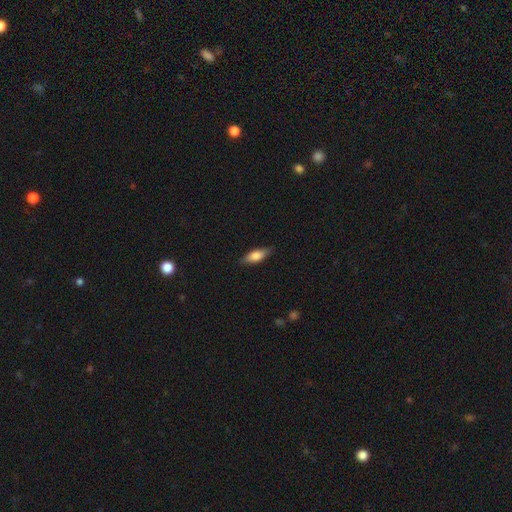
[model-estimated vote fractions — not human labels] A smooth galaxy with no disk features (73%) that is in between round and cigar-shaped (69%).

Vote fractions:
- Smooth or featured? smooth: 73% / featured or disk: 20% / star or artifact: 6%
- How rounded? in between: 69% / cigar-shaped: 28% / round: 3%
- Merging? none: 84% / minor disturbance: 12% / major disturbance: 2% / merger: 1%